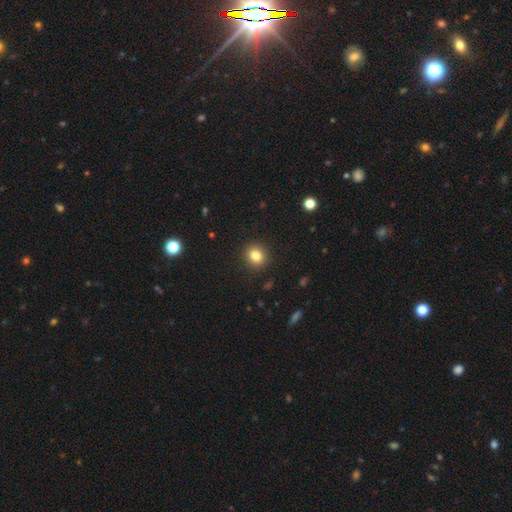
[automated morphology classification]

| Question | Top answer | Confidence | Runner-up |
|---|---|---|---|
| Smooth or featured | smooth | 82% | star or artifact (11%) |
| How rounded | round | 81% | in between (19%) |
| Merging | none | 91% | minor disturbance (6%) |